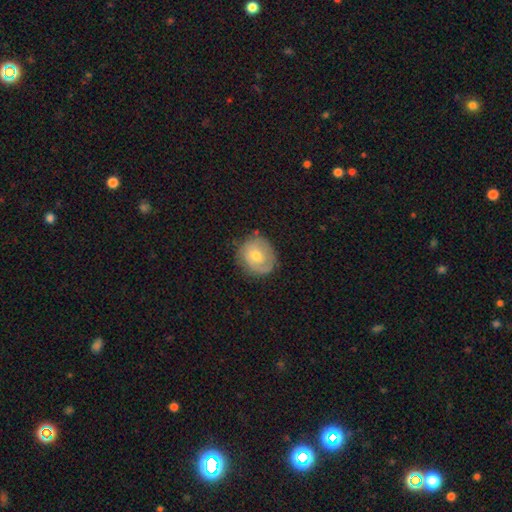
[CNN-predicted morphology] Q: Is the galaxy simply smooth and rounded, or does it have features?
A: smooth — 51%.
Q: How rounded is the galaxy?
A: round — 82%.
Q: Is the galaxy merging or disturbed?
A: none — 73%.